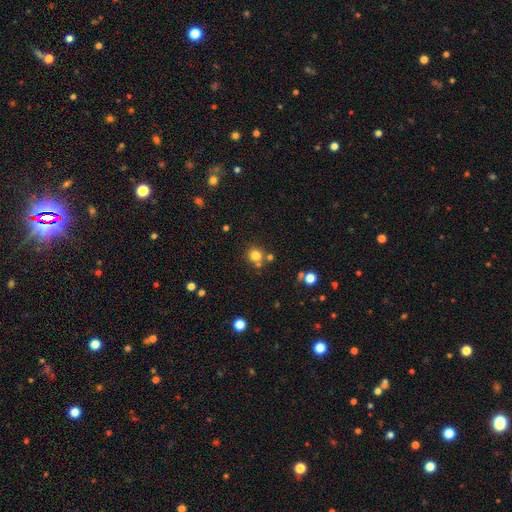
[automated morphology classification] This appears to be a smooth galaxy with no disk features (79%) that is round (91%). Merging: none (73%).